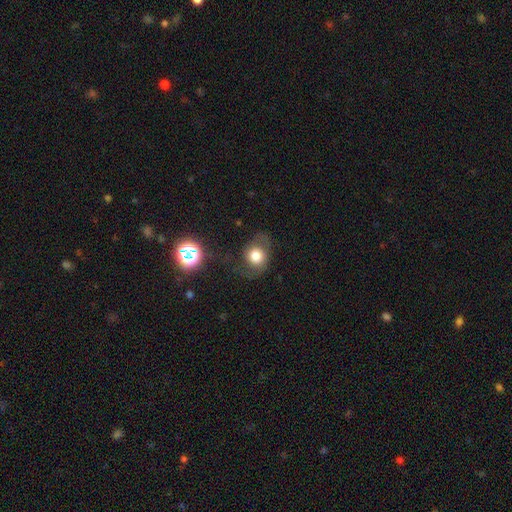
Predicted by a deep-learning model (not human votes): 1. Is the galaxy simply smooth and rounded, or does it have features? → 62% smooth, 26% featured or disk, 12% star or artifact.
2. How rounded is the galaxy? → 69% round, 30% in between, 1% cigar-shaped.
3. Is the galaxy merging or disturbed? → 56% none, 21% minor disturbance, 20% major disturbance, 3% merger.